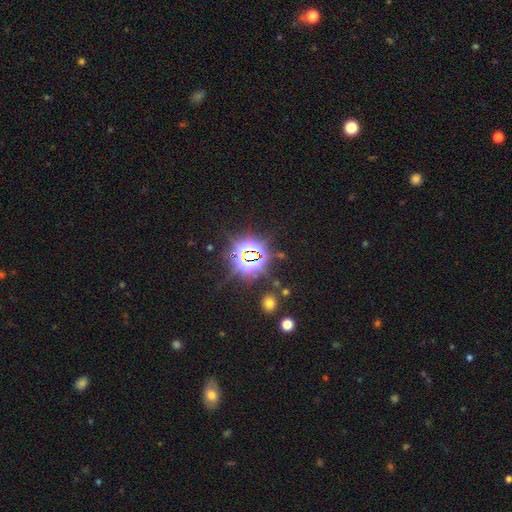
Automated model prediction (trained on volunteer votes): Smooth or featured? star or artifact (79%)